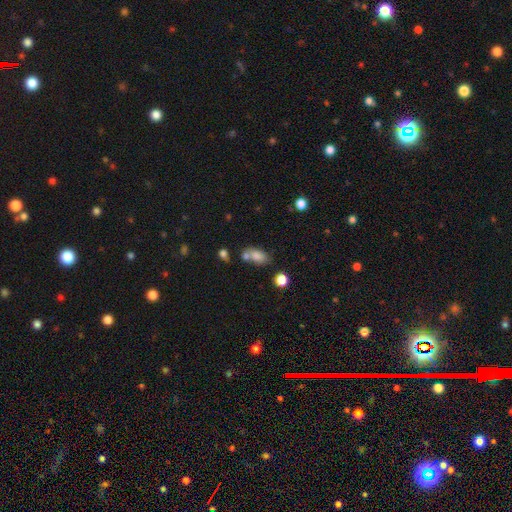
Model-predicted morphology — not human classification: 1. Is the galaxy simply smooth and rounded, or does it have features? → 80% smooth, 10% star or artifact, 10% featured or disk.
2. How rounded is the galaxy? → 87% in between, 10% round, 4% cigar-shaped.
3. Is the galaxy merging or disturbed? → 48% none, 31% merger, 15% minor disturbance, 6% major disturbance.